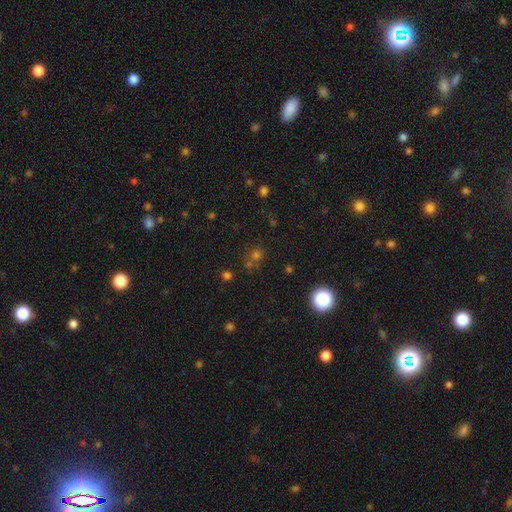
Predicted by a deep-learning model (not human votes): Smooth or featured?
  - smooth: 50% *
  - star or artifact: 41%
  - featured or disk: 9%
Merging?
  - none: 67% *
  - merger: 18%
  - minor disturbance: 10%
  - major disturbance: 5%